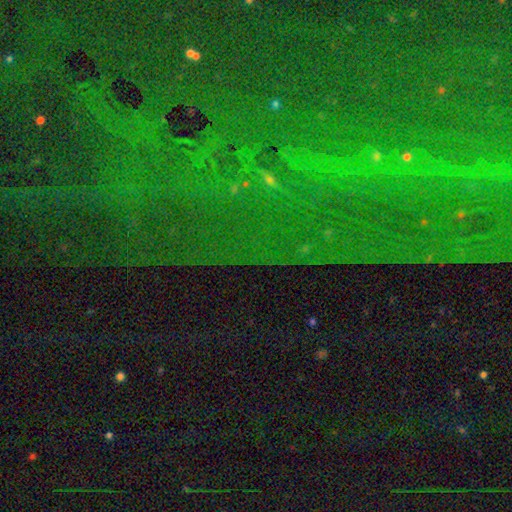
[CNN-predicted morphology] This is clearly a star or artifact rather than a galaxy (82%).